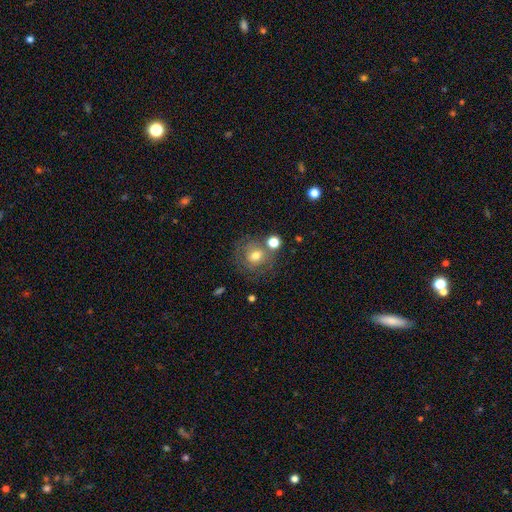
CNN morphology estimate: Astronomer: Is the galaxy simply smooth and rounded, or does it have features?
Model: smooth — 57%.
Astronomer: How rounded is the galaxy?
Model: round — 80%.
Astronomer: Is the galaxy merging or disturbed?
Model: none — 61%.